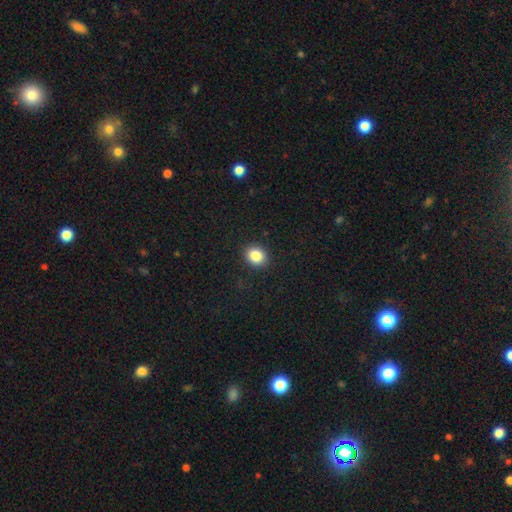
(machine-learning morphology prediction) smooth_or_featured: smooth (p=0.85) [alt: star or artifact p=0.10]
how_rounded: round (p=0.66) [alt: in between p=0.33]
merging: none (p=0.91) [alt: minor disturbance p=0.06]